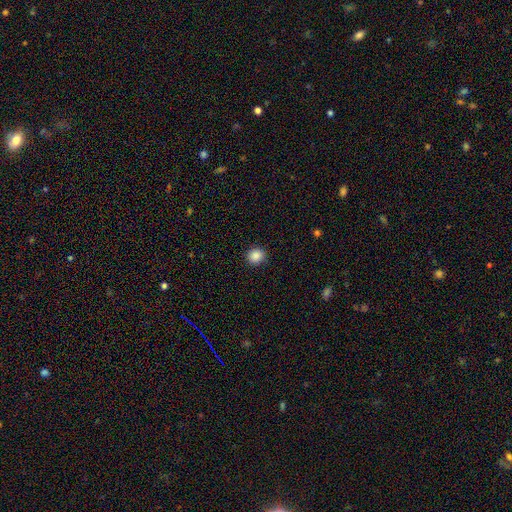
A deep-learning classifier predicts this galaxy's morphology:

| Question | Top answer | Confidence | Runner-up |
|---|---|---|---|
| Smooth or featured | smooth | 87% | star or artifact (10%) |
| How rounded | round | 86% | in between (13%) |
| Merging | none | 91% | minor disturbance (6%) |